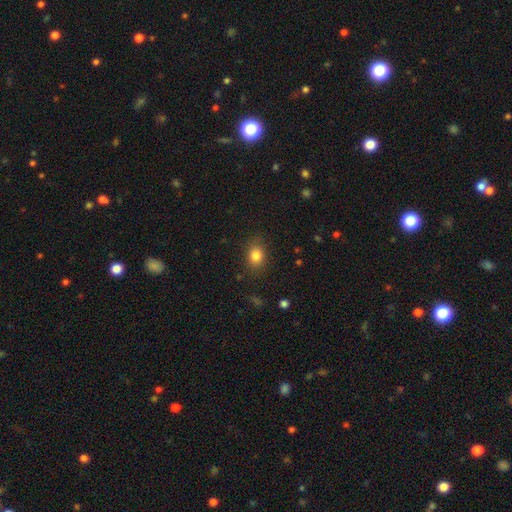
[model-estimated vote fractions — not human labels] Q: Smooth or featured?
A: smooth (83%); runner-up: star or artifact (11%)
Q: How rounded?
A: in between (60%); runner-up: round (39%)
Q: Merging?
A: none (84%); runner-up: minor disturbance (12%)